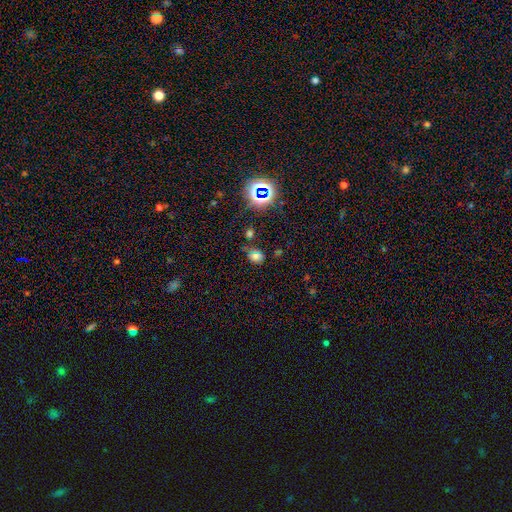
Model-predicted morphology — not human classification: Smooth or featured: smooth — 57% (star or artifact — 29%)
How rounded: in between — 68% (round — 30%)
Merging: none — 50% (minor disturbance — 27%)